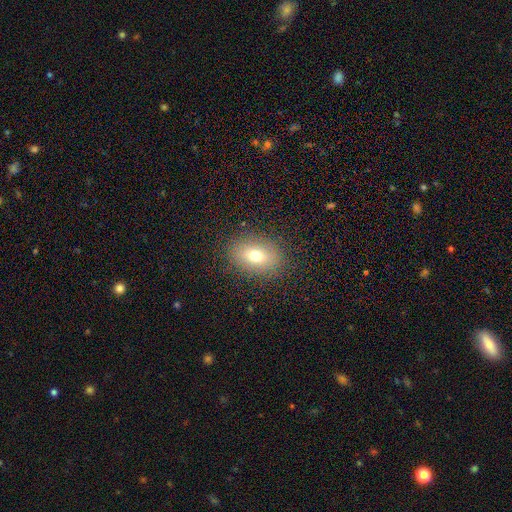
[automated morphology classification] Smooth or featured: smooth — 69% (featured or disk — 17%)
How rounded: in between — 72% (round — 26%)
Merging: none — 86% (minor disturbance — 9%)